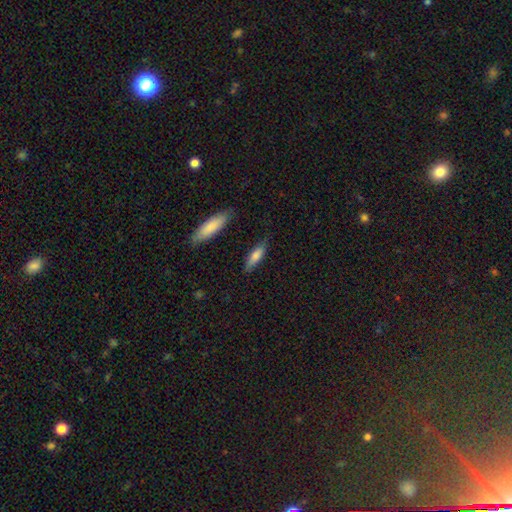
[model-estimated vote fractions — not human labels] smooth_or_featured: smooth (p=0.76) [alt: featured or disk p=0.18]
how_rounded: cigar-shaped (p=0.58) [alt: in between p=0.40]
merging: none (p=0.79) [alt: minor disturbance p=0.15]